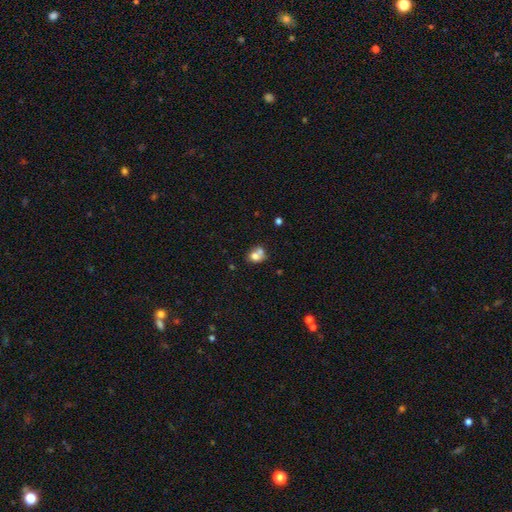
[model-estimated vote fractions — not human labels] The model was most divided on "merging": merger: 51%, none: 33%, minor disturbance: 11%, major disturbance: 5%. More confident: smooth or featured — smooth (70%); how rounded — round (61%).